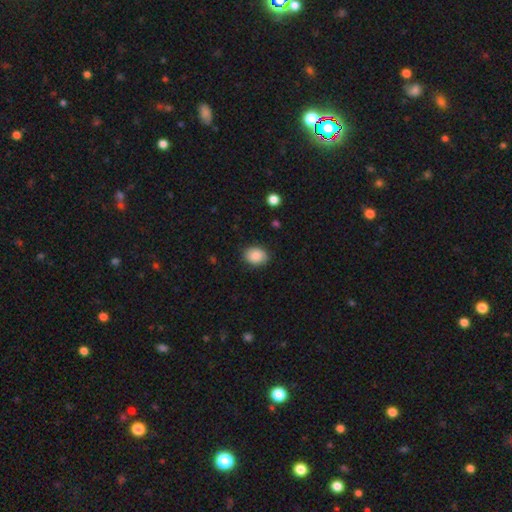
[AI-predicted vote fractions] Smooth or featured? Predicted: smooth (p=0.87). How rounded? Predicted: in between (p=0.59). Merging? Predicted: none (p=0.85).